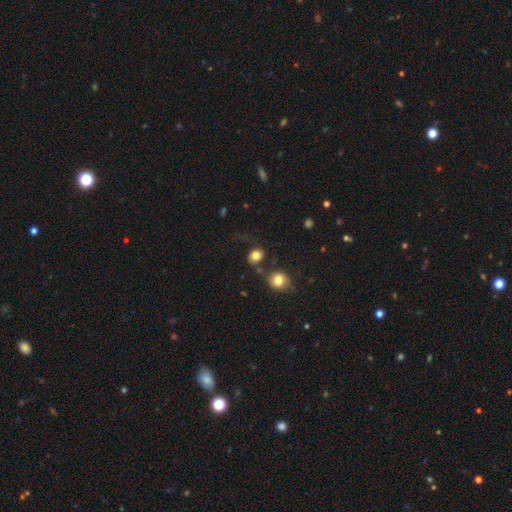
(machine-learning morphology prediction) Overall: smooth (78%). How rounded: round (64%; in between 35%). Merging: none (53%; minor disturbance 17%).